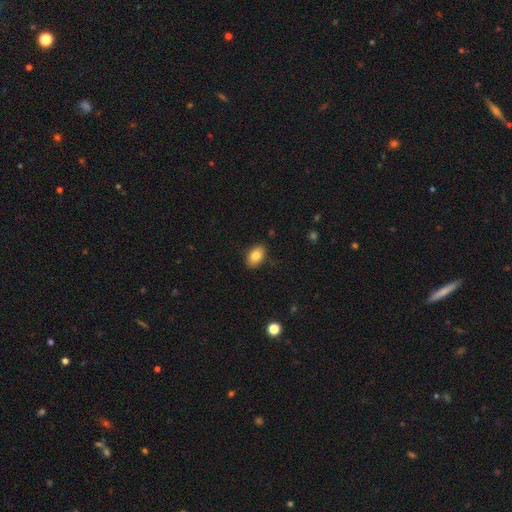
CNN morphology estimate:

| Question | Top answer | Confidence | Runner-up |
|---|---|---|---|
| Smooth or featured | smooth | 83% | featured or disk (9%) |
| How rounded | in between | 88% | round (11%) |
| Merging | none | 87% | minor disturbance (10%) |